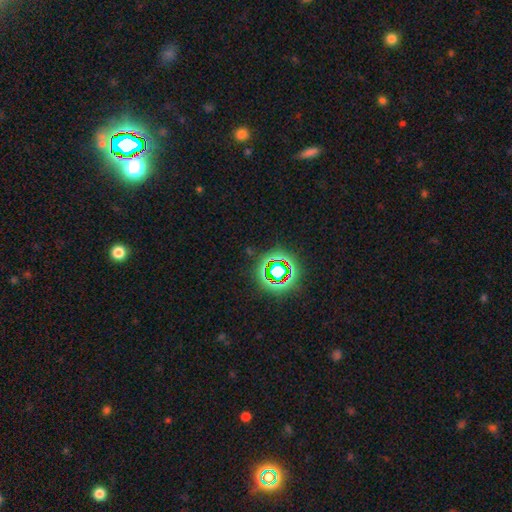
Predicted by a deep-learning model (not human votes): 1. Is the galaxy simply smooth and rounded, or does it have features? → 71% star or artifact, 17% smooth, 12% featured or disk.